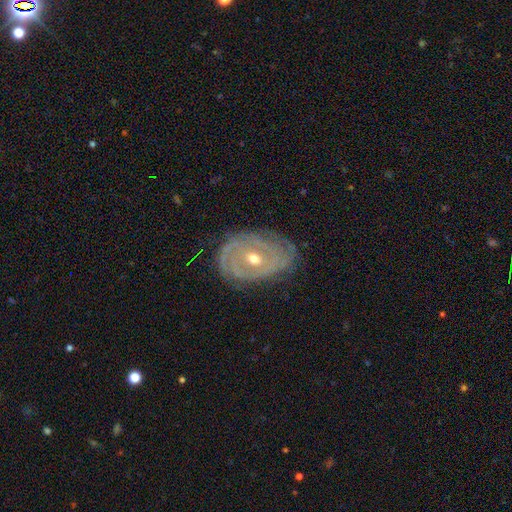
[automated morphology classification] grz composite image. It shows a featured or disk galaxy (77%) with no bar (64%), tight (72%) spiral arms (83%) and a moderate central bulge (57%). Merging: none (77%).